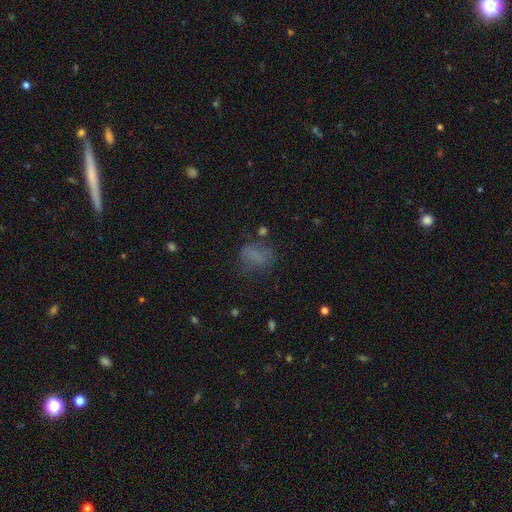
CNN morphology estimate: smooth_or_featured: smooth (p=0.67) [alt: star or artifact p=0.17]
how_rounded: in between (p=0.70) [alt: round p=0.26]
merging: none (p=0.57) [alt: minor disturbance p=0.22]